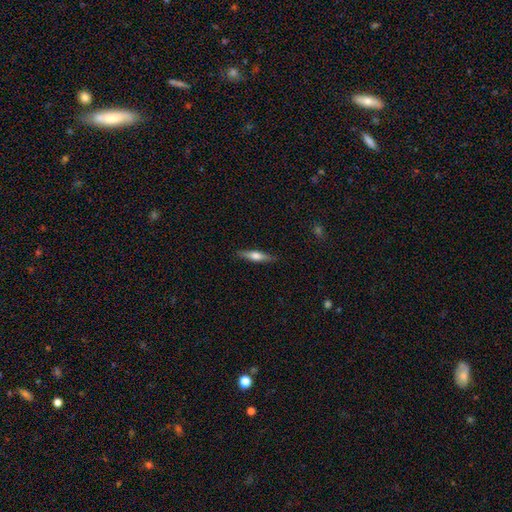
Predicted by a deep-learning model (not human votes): Smooth or featured? Predicted: smooth (p=0.50). How rounded? Predicted: cigar-shaped (p=0.77). Merging? Predicted: none (p=0.87).